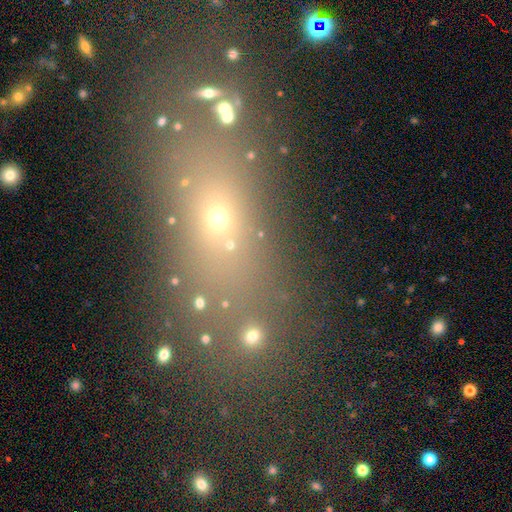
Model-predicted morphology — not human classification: Q: Smooth or featured?
A: smooth (46%); runner-up: star or artifact (36%)
Q: Merging?
A: none (69%); runner-up: minor disturbance (13%)